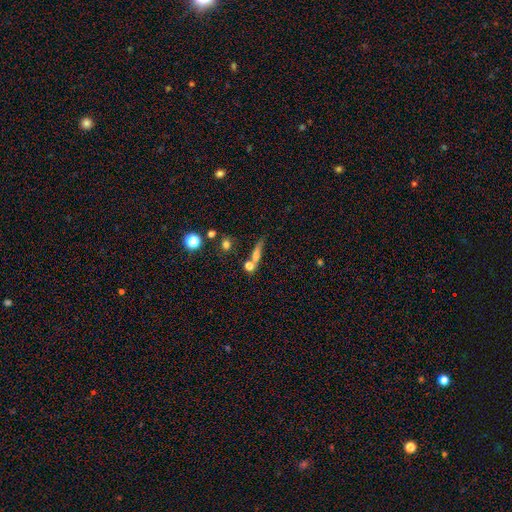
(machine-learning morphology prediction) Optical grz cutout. It shows a smooth galaxy with no disk features (61%) that is cigar-shaped (56%). Merging: none (49%).